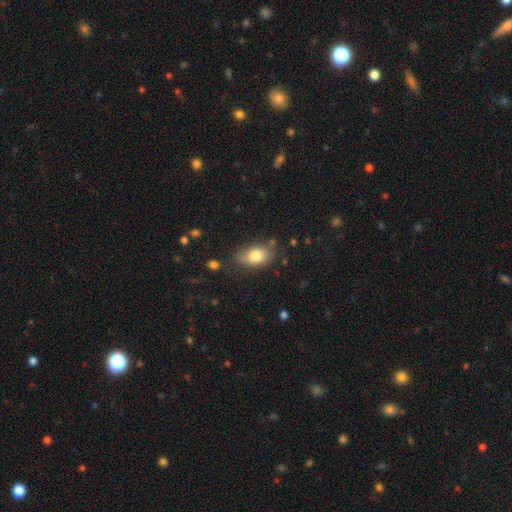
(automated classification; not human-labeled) smooth_or_featured: smooth (p=0.79) [alt: featured or disk p=0.13]
how_rounded: in between (p=0.87) [alt: round p=0.09]
merging: none (p=0.69) [alt: minor disturbance p=0.22]